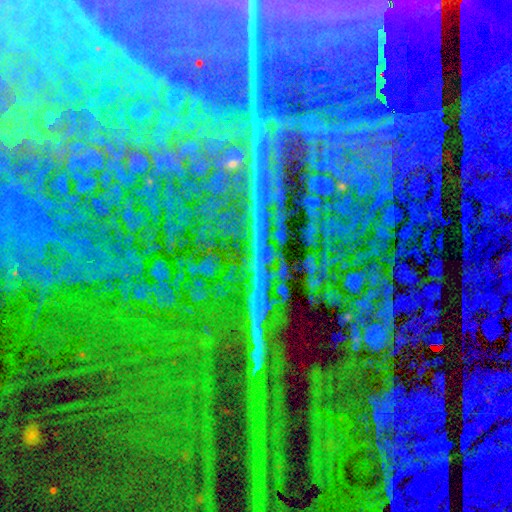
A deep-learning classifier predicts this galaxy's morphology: Smooth or featured?
  - star or artifact: 86% *
  - featured or disk: 8%
  - smooth: 6%